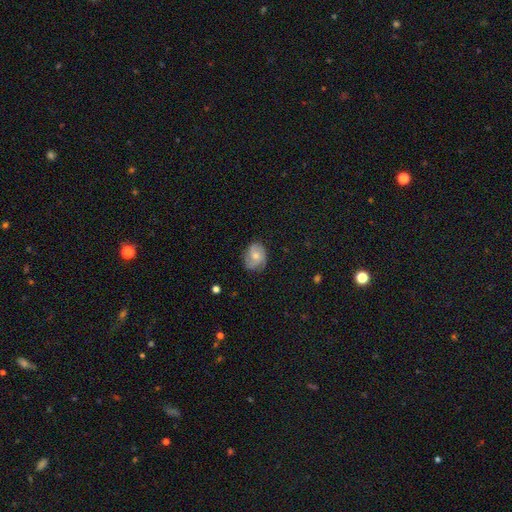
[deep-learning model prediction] Smooth or featured? smooth (50%)
Merging? none (67%)